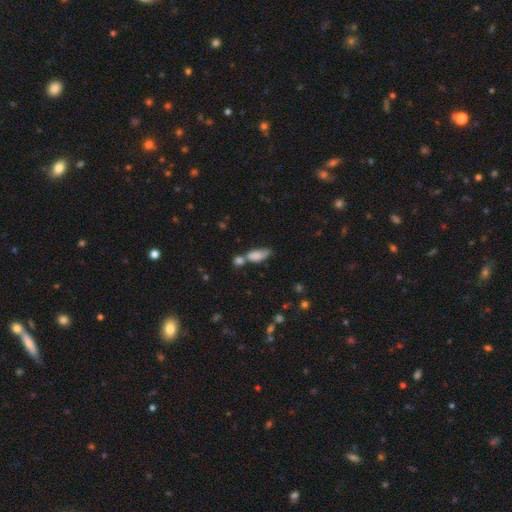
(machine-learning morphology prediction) Q: Smooth or featured?
A: smooth (80%); runner-up: featured or disk (10%)
Q: How rounded?
A: in between (79%); runner-up: cigar-shaped (16%)
Q: Merging?
A: merger (42%); runner-up: none (30%)